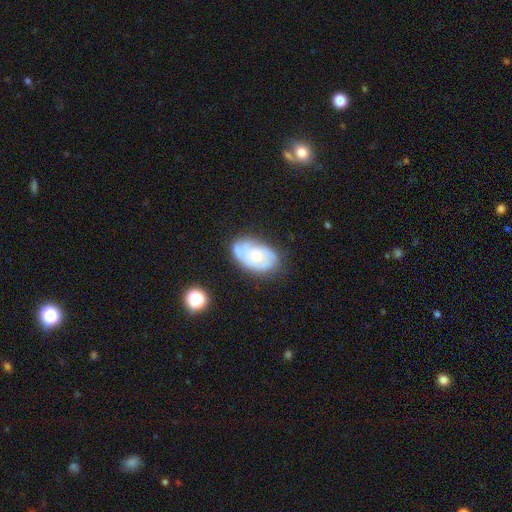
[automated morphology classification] Overall: featured or disk (68%). Edge-on disk: no (96%). Bar: no (78%). Spiral arms: yes (80%). Spiral arm count: can't tell (42%; 2 29%). Spiral winding: tight (61%; medium 29%). Bulge size: moderate (54%; small 40%). Merging: none (64%; minor disturbance 25%).